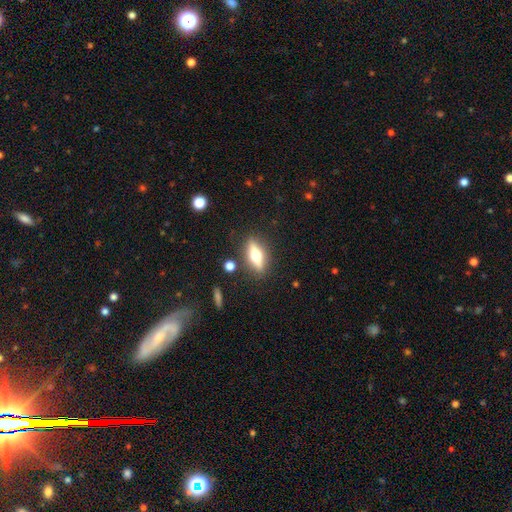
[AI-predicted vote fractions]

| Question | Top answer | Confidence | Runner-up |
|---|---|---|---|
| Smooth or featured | featured or disk | 54% | smooth (39%) |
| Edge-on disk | yes | 90% | no (10%) |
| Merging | none | 86% | minor disturbance (9%) |